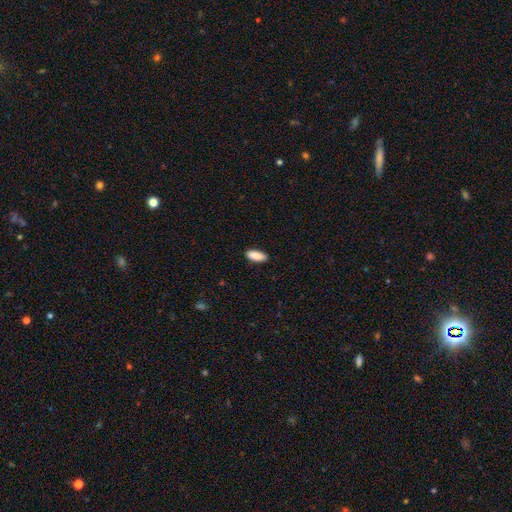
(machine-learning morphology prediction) Smooth or featured? Predicted: smooth (p=0.89). How rounded? Predicted: in between (p=0.77). Merging? Predicted: none (p=0.89).